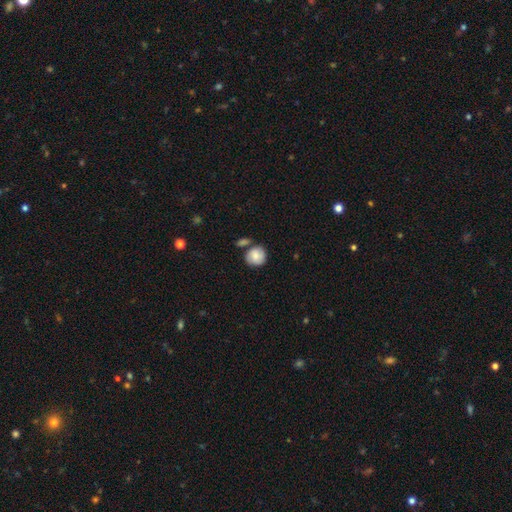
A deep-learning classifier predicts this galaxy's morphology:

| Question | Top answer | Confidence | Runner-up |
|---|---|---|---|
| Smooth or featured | smooth | 76% | featured or disk (16%) |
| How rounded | round | 88% | in between (12%) |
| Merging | none | 61% | merger (17%) |